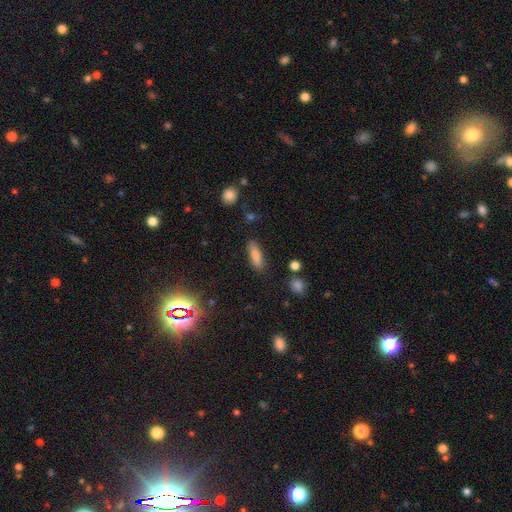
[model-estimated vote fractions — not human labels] Morphology: type=smooth (84%); roundness=in between (56%); merging=none (85%).